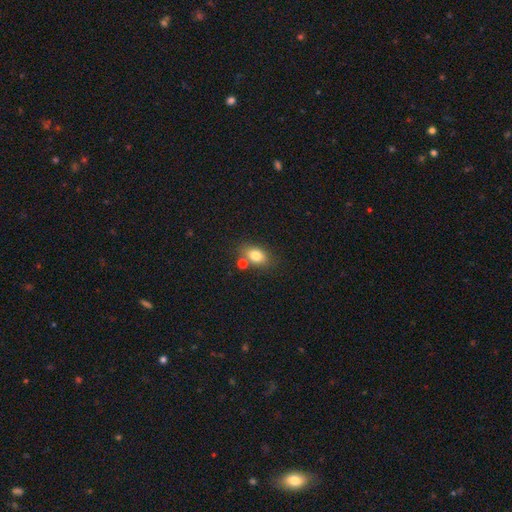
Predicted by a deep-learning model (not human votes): Morphology: type=smooth (79%); roundness=in between (75%); merging=none (67%).